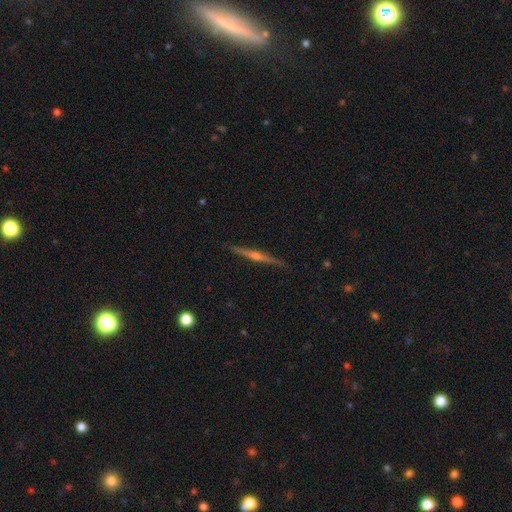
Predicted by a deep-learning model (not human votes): smooth_or_featured: featured or disk (p=0.81) [alt: smooth p=0.13]
disk_edge_on: yes (p=0.98) [alt: no p=0.02]
edge_on_bulge: rounded (p=0.88) [alt: none p=0.08]
merging: none (p=0.91) [alt: minor disturbance p=0.06]